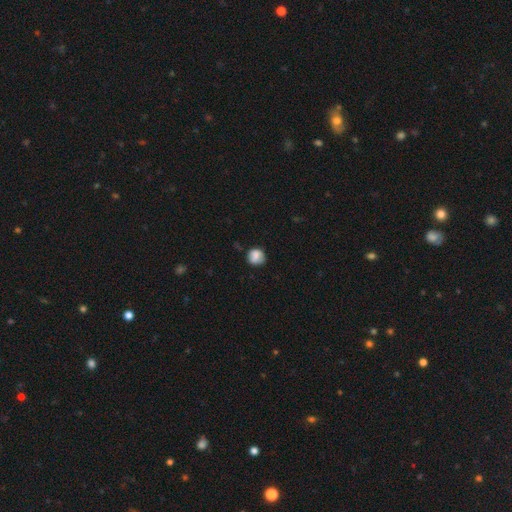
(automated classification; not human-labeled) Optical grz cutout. It shows a smooth galaxy with no disk features (78%) that is round (85%). Merging: none (72%).